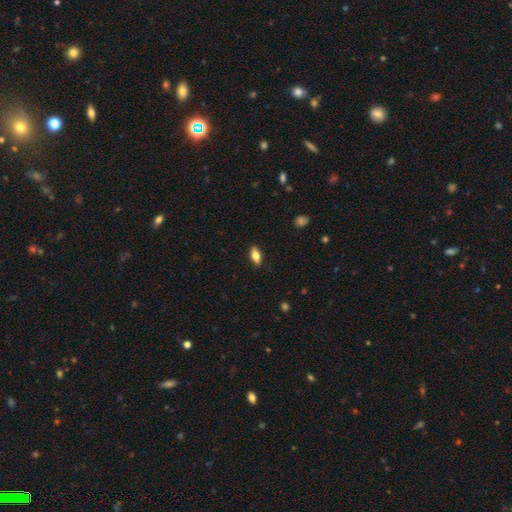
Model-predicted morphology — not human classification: Smooth or featured: smooth — 67% (featured or disk — 25%)
How rounded: in between — 80% (cigar-shaped — 15%)
Merging: none — 88% (minor disturbance — 9%)